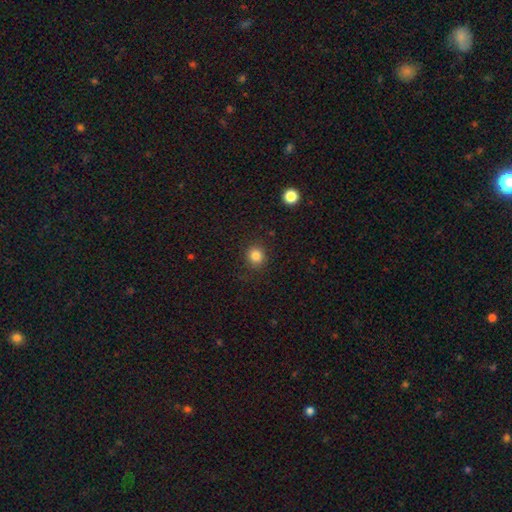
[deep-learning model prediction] Overall: smooth (84%). How rounded: round (89%). Merging: none (89%).